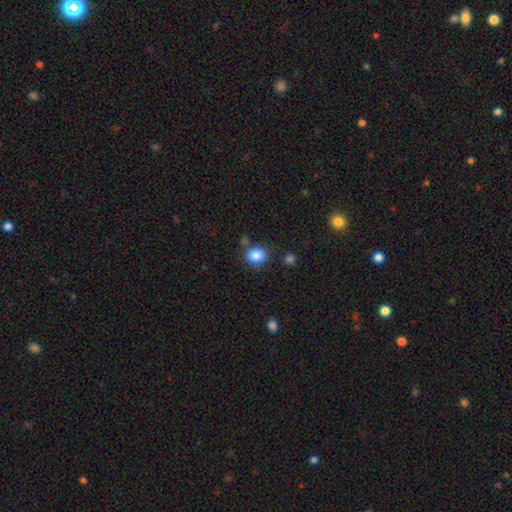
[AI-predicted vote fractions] Overall: smooth (85%). How rounded: round (68%; in between 31%). Merging: none (76%).